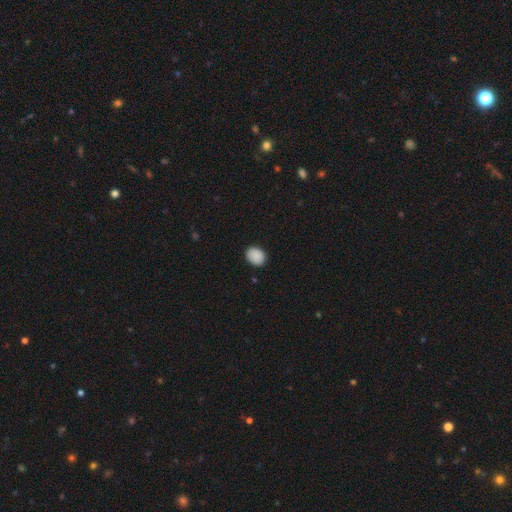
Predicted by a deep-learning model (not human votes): A smooth galaxy with no disk features (90%) that is in between round and cigar-shaped (55%).

Vote fractions:
- Smooth or featured? smooth: 90% / star or artifact: 8% / featured or disk: 3%
- How rounded? in between: 55% / round: 44% / cigar-shaped: 1%
- Merging? none: 87% / minor disturbance: 10% / major disturbance: 2% / merger: 1%